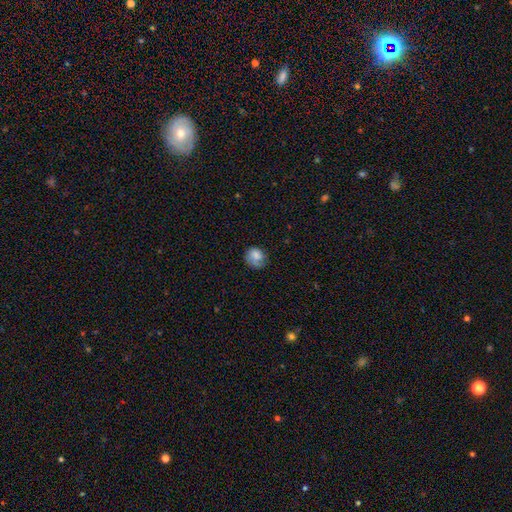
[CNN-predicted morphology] smooth-or-featured: smooth: 75% | featured or disk: 17% | star or artifact: 8%
  how-rounded: round: 70% | in between: 29% | cigar-shaped: 1%
  merging: none: 56% | minor disturbance: 28% | major disturbance: 14% | merger: 2%